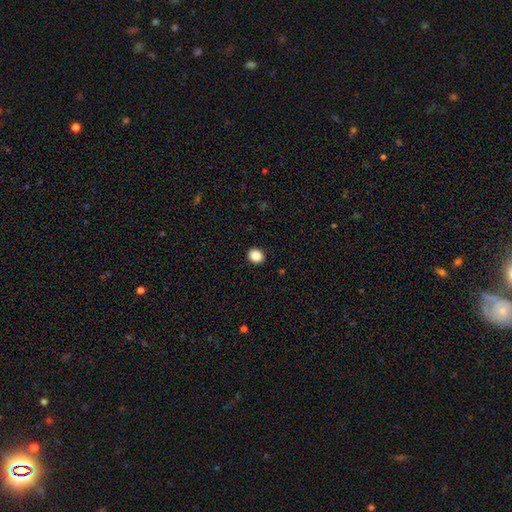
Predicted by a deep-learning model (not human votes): Morphology: type=smooth (88%); roundness=round (72%); merging=none (91%).